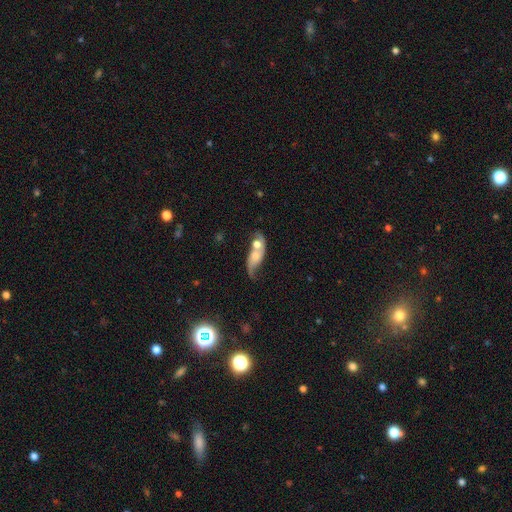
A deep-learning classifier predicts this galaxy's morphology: Overall: featured or disk (54%; smooth 38%). Edge-on disk: no (88%). Merging: merger (54%; none 21%).